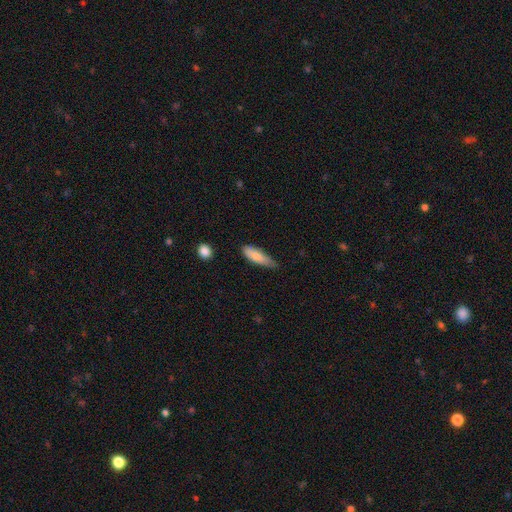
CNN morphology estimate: smooth-or-featured: smooth: 80% | featured or disk: 14% | star or artifact: 6%
  how-rounded: cigar-shaped: 51% | in between: 47% | round: 2%
  merging: none: 51% | minor disturbance: 39% | major disturbance: 7% | merger: 2%